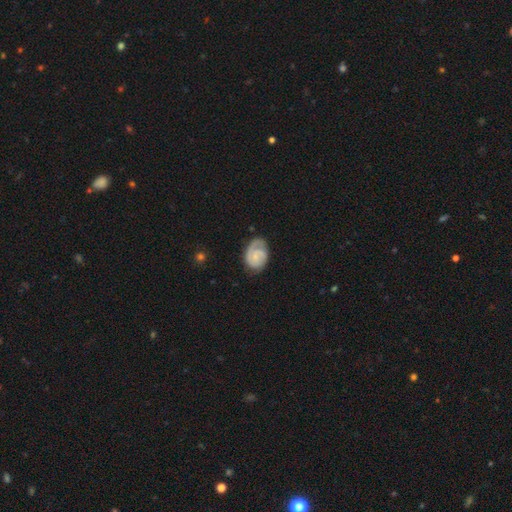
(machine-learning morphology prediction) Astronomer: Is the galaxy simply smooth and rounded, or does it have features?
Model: featured or disk — 72%.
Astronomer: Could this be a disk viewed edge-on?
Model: no — 98%.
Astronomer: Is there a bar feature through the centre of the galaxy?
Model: no — 62%.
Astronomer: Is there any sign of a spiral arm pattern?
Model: yes — 94%.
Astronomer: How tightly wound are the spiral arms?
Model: tight — 56% (runner-up: medium, 33%).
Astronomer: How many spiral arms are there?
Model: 2 — 55%.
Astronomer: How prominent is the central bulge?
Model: small — 59%.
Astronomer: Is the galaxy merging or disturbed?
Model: none — 64%.